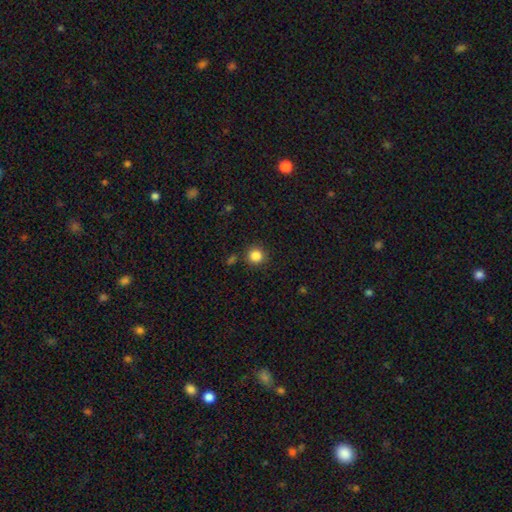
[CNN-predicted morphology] Q: Smooth or featured?
A: smooth (85%); runner-up: star or artifact (11%)
Q: How rounded?
A: round (93%); runner-up: in between (6%)
Q: Merging?
A: none (87%); runner-up: minor disturbance (7%)